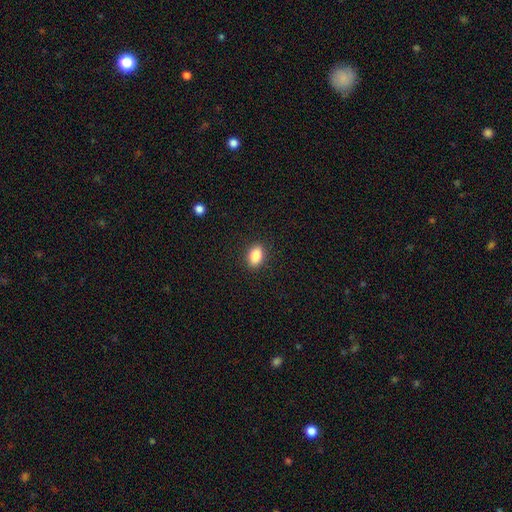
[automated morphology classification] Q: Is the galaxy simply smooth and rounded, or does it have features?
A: smooth — 86%.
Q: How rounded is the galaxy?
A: in between — 84%.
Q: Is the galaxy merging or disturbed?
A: none — 89%.